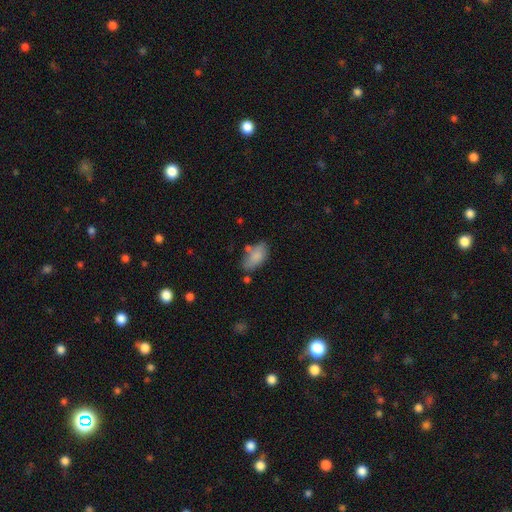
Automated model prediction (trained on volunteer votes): smooth_or_featured: smooth (p=0.82) [alt: featured or disk p=0.11]
how_rounded: in between (p=0.91) [alt: cigar-shaped p=0.05]
merging: none (p=0.59) [alt: minor disturbance p=0.23]